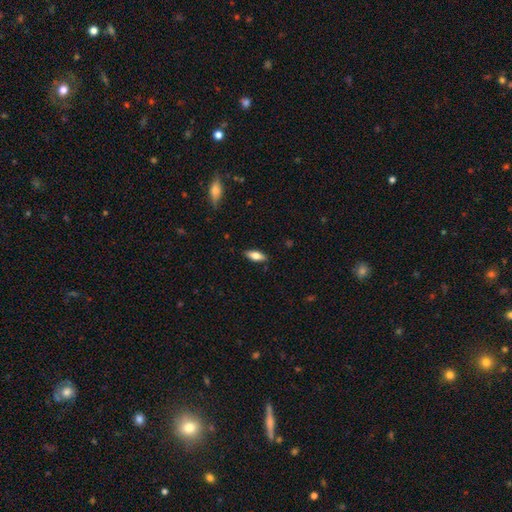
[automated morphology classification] Q: Smooth or featured?
A: smooth (66%); runner-up: featured or disk (27%)
Q: How rounded?
A: in between (71%); runner-up: cigar-shaped (26%)
Q: Merging?
A: none (87%); runner-up: minor disturbance (10%)